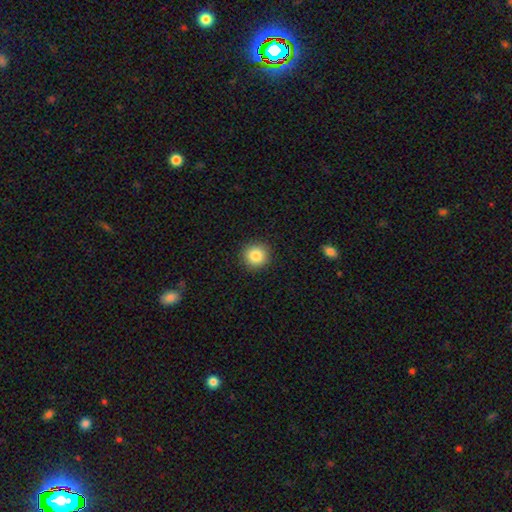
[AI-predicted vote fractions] smooth-or-featured: smooth: 85% | star or artifact: 9% | featured or disk: 6%
  how-rounded: round: 93% | in between: 6% | cigar-shaped: 1%
  merging: none: 92% | minor disturbance: 6% | major disturbance: 2% | merger: 1%